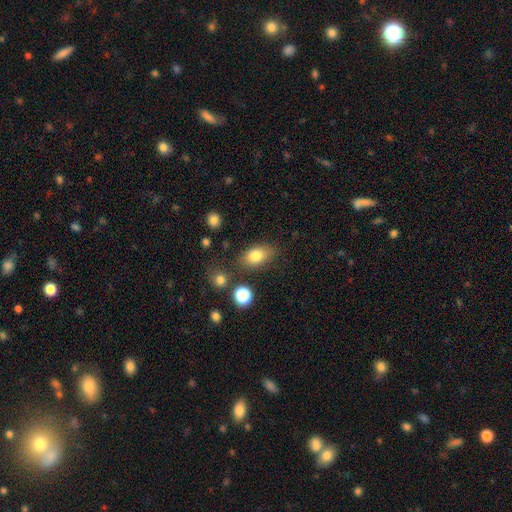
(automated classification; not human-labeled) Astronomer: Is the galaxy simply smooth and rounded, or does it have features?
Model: smooth — 79%.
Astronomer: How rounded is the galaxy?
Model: in between — 84%.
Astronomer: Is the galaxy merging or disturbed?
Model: none — 75%.